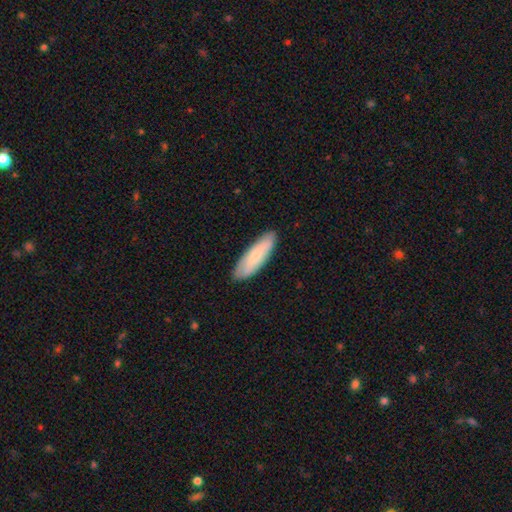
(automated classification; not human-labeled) Smooth or featured?
  - smooth: 75% *
  - featured or disk: 19%
  - star or artifact: 6%
How rounded?
  - cigar-shaped: 52% *
  - in between: 46%
  - round: 2%
Merging?
  - none: 86% *
  - minor disturbance: 11%
  - major disturbance: 2%
  - merger: 1%